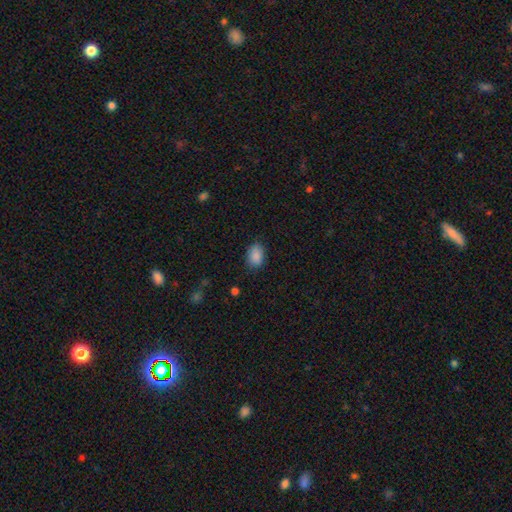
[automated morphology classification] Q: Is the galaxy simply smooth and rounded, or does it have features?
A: smooth — 88%.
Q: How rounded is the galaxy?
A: in between — 84%.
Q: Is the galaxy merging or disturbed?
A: none — 79%.